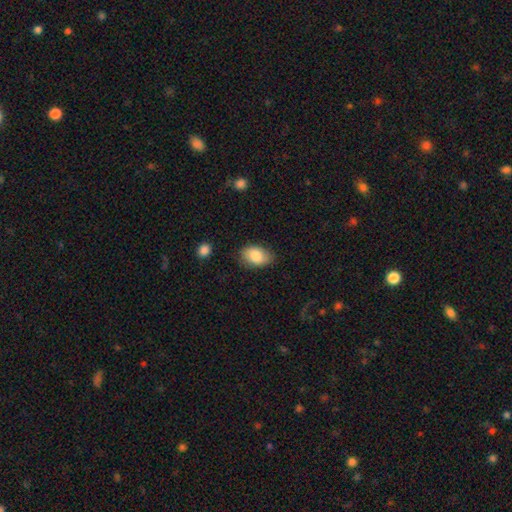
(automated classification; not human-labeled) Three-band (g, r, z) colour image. It shows a smooth galaxy with no disk features (83%) that is in between round and cigar-shaped (87%). Merging: none (80%).